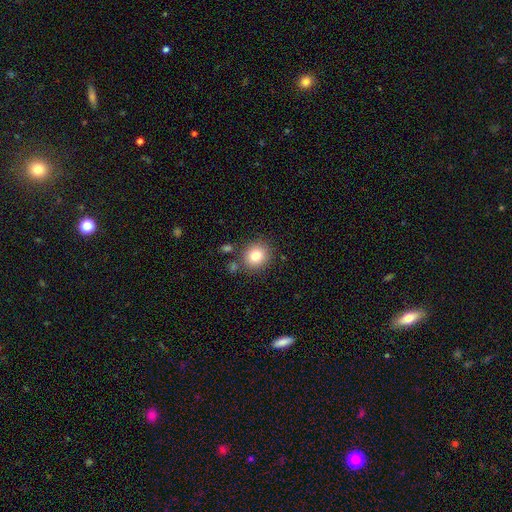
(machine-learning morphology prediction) Overall: smooth (80%). How rounded: round (85%). Merging: none (82%).